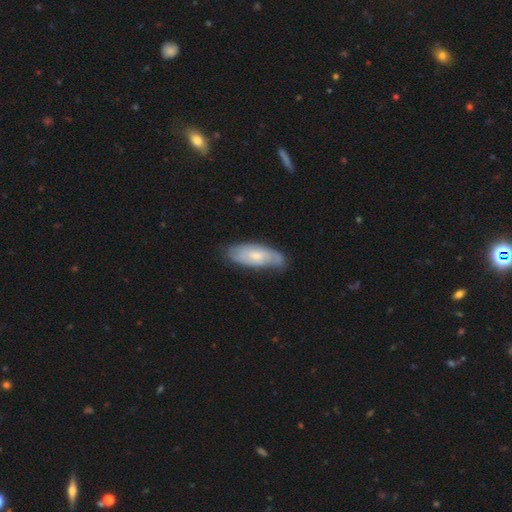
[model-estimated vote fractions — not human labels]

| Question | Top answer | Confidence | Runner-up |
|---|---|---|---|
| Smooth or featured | featured or disk | 55% | smooth (39%) |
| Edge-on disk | no | 85% | yes (15%) |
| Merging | none | 70% | minor disturbance (23%) |